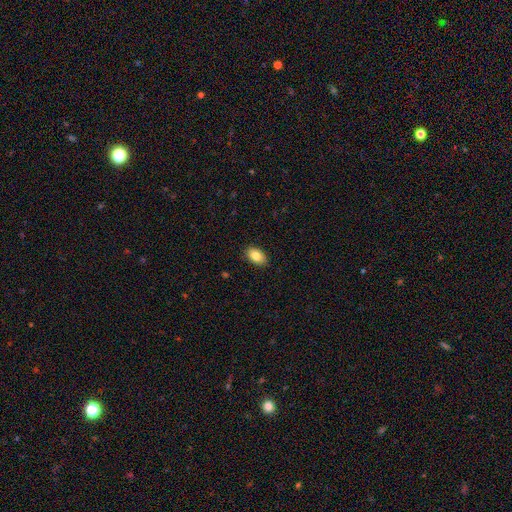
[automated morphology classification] Q: Smooth or featured?
A: smooth (84%); runner-up: featured or disk (8%)
Q: How rounded?
A: in between (91%); runner-up: round (7%)
Q: Merging?
A: none (89%); runner-up: minor disturbance (8%)